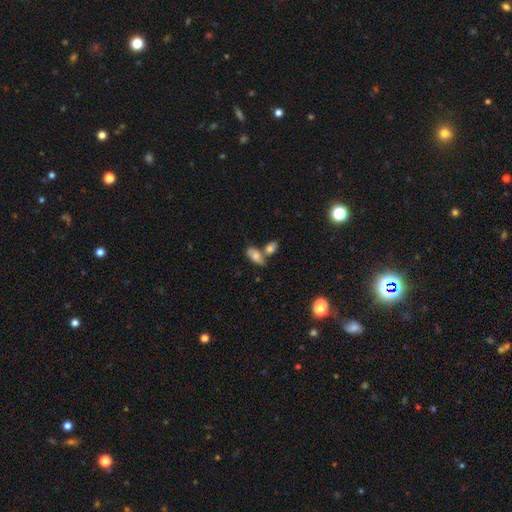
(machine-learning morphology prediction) Overall: smooth (71%). How rounded: in between (87%). Merging: none (42%; merger 38%).